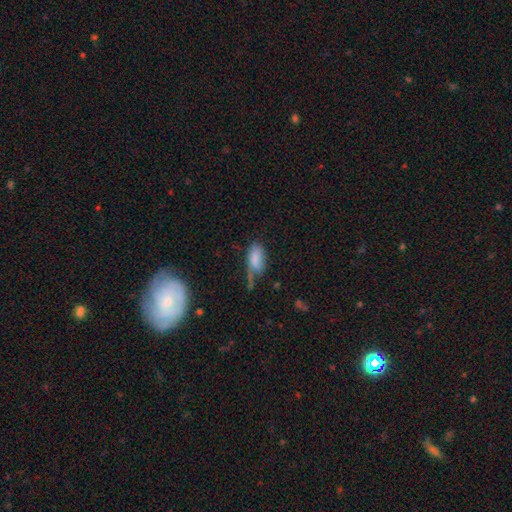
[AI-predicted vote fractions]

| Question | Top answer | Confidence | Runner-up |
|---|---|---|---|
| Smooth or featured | smooth | 66% | featured or disk (23%) |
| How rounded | in between | 83% | cigar-shaped (12%) |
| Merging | none | 38% | minor disturbance (34%) |